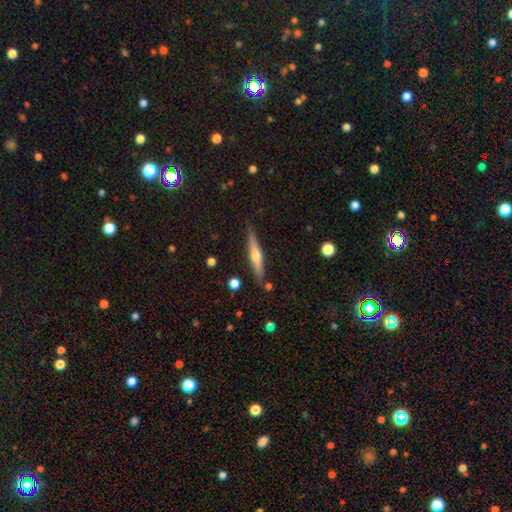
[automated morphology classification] Smooth or featured?
  - featured or disk: 56% *
  - smooth: 38%
  - star or artifact: 6%
Edge-on disk?
  - yes: 96% *
  - no: 4%
Edge-on bulge?
  - rounded: 83% *
  - none: 11%
  - boxy: 6%
Merging?
  - none: 83% *
  - minor disturbance: 12%
  - merger: 3%
  - major disturbance: 2%